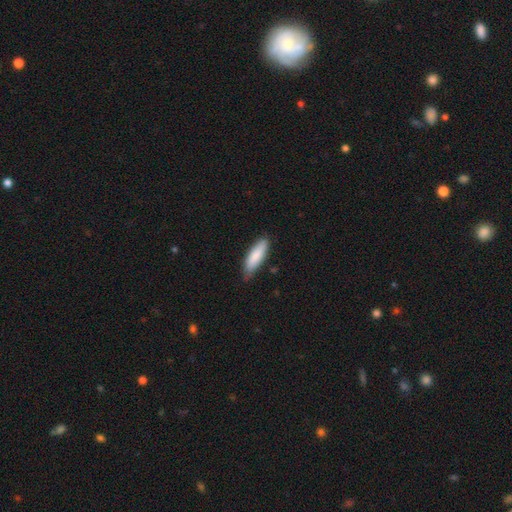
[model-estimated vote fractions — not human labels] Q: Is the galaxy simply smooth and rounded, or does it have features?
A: smooth — 83%.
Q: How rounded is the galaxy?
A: cigar-shaped — 52%.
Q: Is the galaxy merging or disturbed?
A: none — 73%.